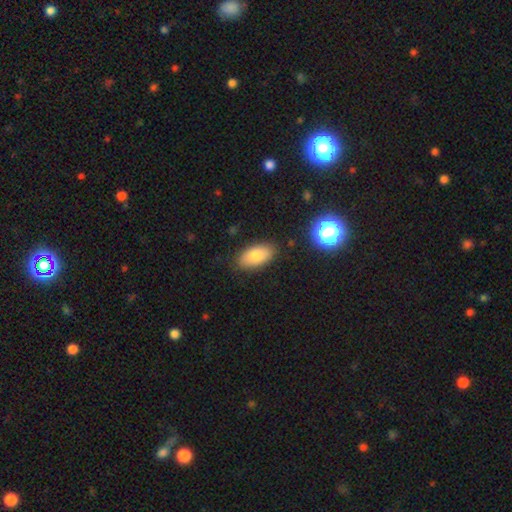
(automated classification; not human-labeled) Smooth or featured? smooth (79%)
How rounded? in between (92%)
Merging? none (84%)